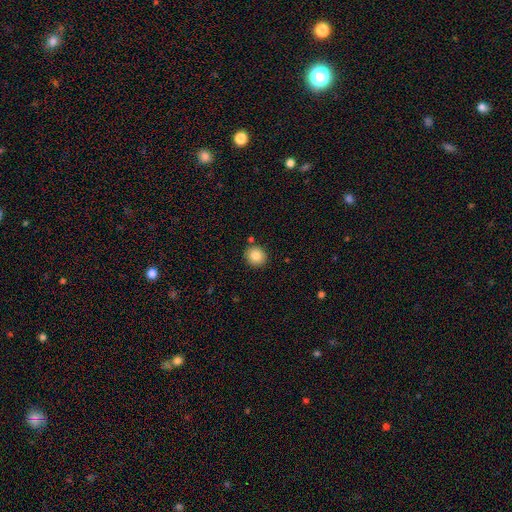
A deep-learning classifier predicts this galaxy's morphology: A smooth galaxy with no disk features (85%) that is round (87%). Merging: none (86%).